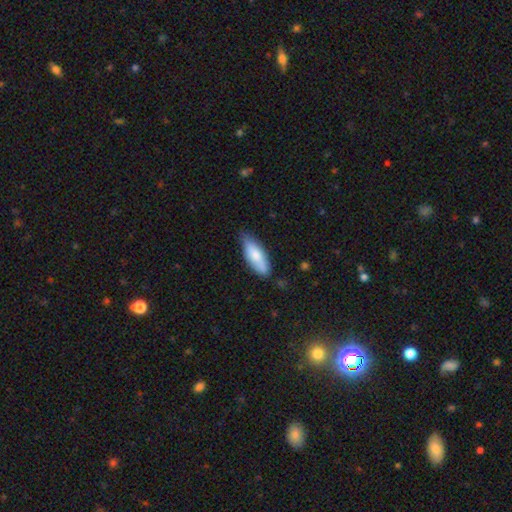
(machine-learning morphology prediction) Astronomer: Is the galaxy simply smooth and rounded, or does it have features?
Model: smooth — 76%.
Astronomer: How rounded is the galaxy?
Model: in between — 65%.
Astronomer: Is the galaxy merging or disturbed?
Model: none — 68%.